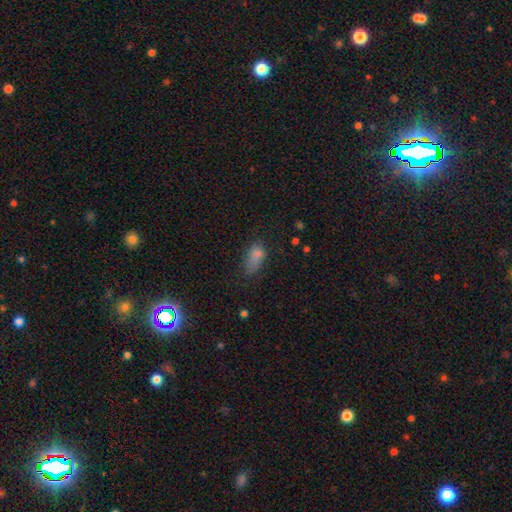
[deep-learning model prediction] smooth-or-featured: smooth: 77% | star or artifact: 13% | featured or disk: 11%
  how-rounded: in between: 86% | cigar-shaped: 7% | round: 7%
  merging: none: 38% | minor disturbance: 33% | major disturbance: 23% | merger: 5%